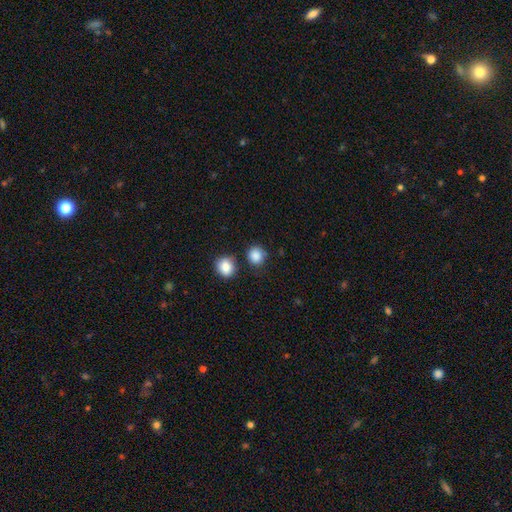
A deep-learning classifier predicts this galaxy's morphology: The model was most divided on "merging": none: 76%, minor disturbance: 12%, merger: 8%, major disturbance: 4%. More confident: smooth or featured — smooth (87%); how rounded — round (85%).